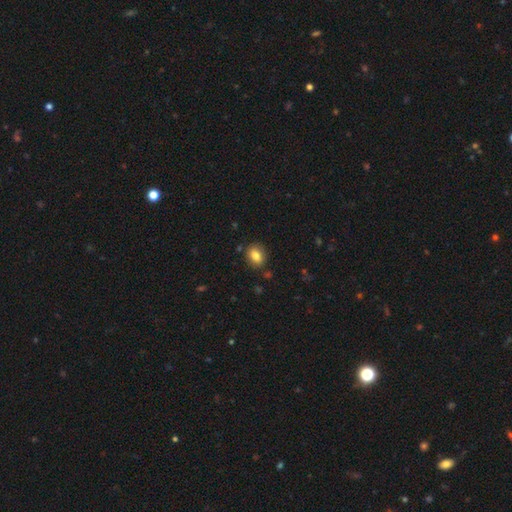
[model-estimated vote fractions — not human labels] Smooth or featured? smooth (81%)
How rounded? in between (59%)
Merging? none (86%)